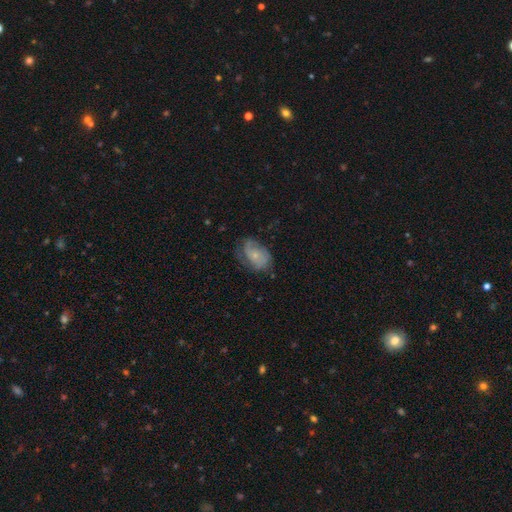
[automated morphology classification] A featured or disk galaxy (51%). Merging: none (55%).